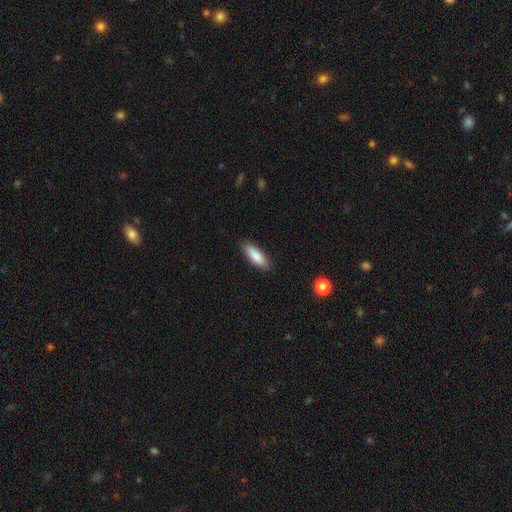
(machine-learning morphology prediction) smooth-or-featured: smooth: 86% | featured or disk: 8% | star or artifact: 6%
  how-rounded: in between: 55% | cigar-shaped: 44% | round: 2%
  merging: none: 88% | minor disturbance: 9% | major disturbance: 2% | merger: 1%